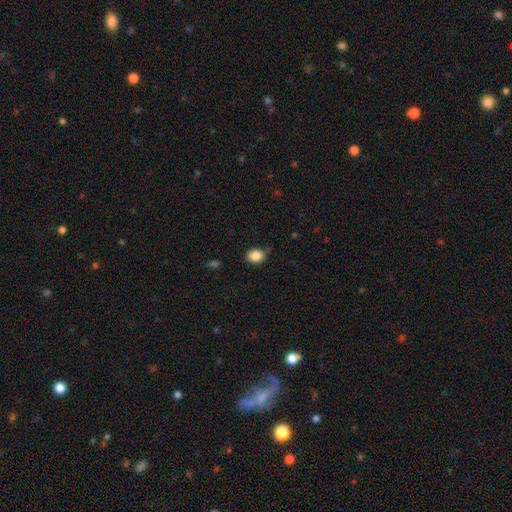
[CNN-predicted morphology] This is clearly a smooth galaxy (86%). How rounded: possibly round (50%). Merging: likely none (79%).